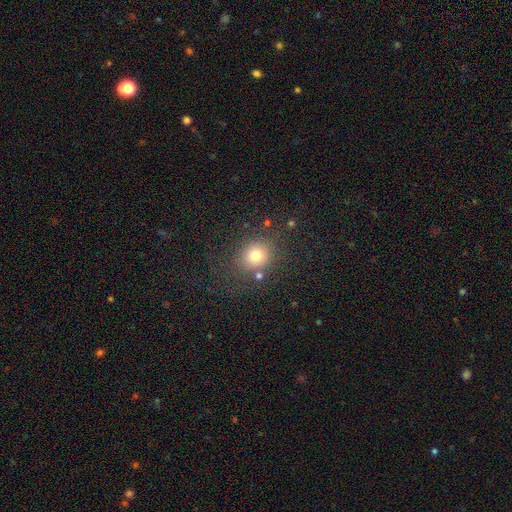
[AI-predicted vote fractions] A smooth galaxy with no disk features (76%) that is round (77%).

Vote fractions:
- Smooth or featured? smooth: 76% / star or artifact: 15% / featured or disk: 9%
- How rounded? round: 77% / in between: 22% / cigar-shaped: 1%
- Merging? none: 76% / minor disturbance: 12% / merger: 6% / major disturbance: 6%